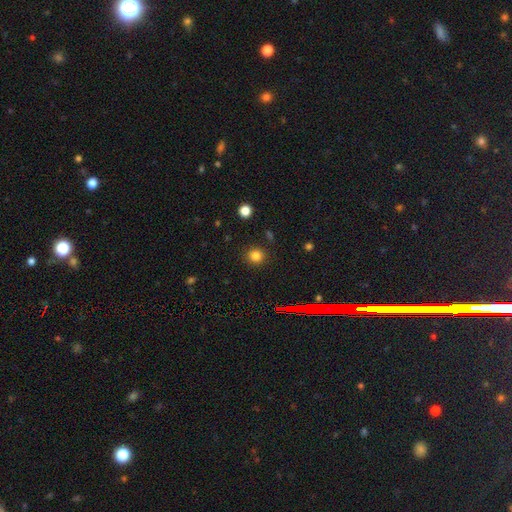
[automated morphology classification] The model was most divided on "smooth or featured": smooth: 80%, star or artifact: 15%, featured or disk: 5%. More confident: how rounded — round (93%); merging — none (89%).